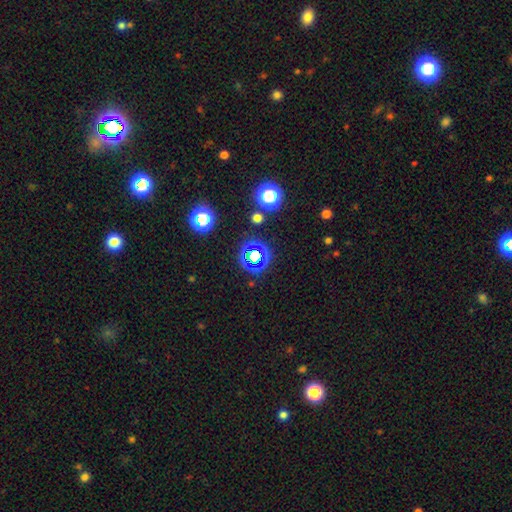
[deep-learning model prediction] A star or artifact, not a galaxy (62%).